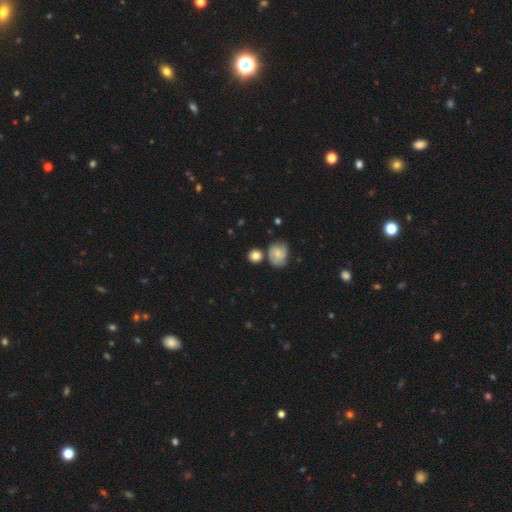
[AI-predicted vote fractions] smooth 74%, featured or disk 16%, star or artifact 9%. Down the decision tree: how rounded — round (85%); merging — none (69%).